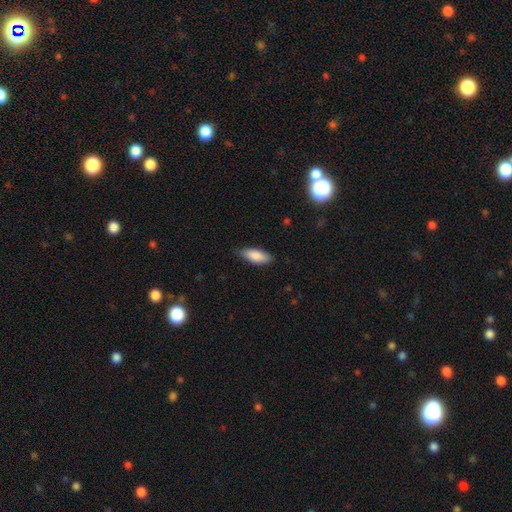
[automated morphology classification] smooth-or-featured: smooth: 86% | featured or disk: 8% | star or artifact: 6%
  how-rounded: in between: 77% | cigar-shaped: 21% | round: 2%
  merging: none: 81% | minor disturbance: 15% | major disturbance: 2% | merger: 1%